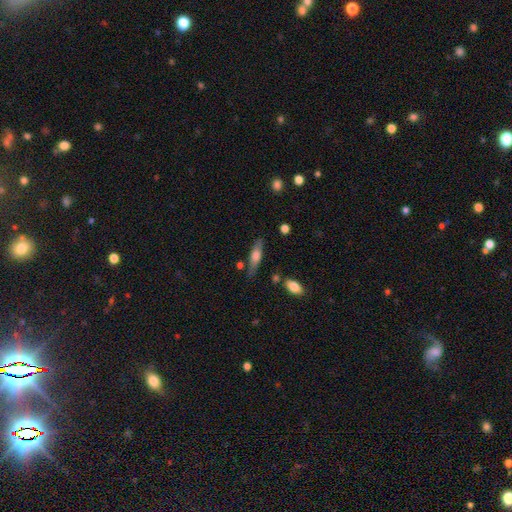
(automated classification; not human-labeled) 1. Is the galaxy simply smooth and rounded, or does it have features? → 55% smooth, 38% featured or disk, 7% star or artifact.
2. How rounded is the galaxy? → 58% cigar-shaped, 40% in between, 3% round.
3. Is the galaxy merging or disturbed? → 75% none, 17% minor disturbance, 5% merger, 4% major disturbance.